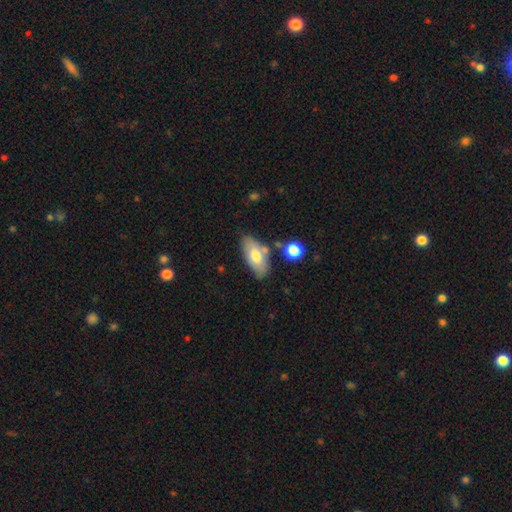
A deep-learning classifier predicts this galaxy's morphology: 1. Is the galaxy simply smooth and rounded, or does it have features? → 67% smooth, 27% featured or disk, 6% star or artifact.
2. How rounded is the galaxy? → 90% in between, 7% cigar-shaped, 3% round.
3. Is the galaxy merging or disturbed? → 69% none, 18% minor disturbance, 9% merger, 4% major disturbance.